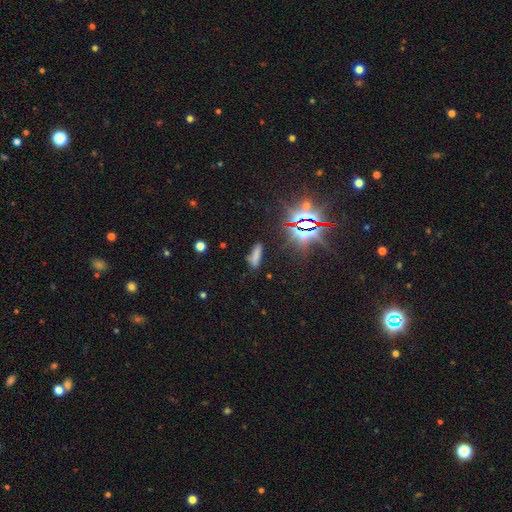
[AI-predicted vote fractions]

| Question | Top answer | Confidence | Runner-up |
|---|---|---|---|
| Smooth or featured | smooth | 66% | star or artifact (23%) |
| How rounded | cigar-shaped | 66% | in between (31%) |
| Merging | none | 69% | minor disturbance (19%) |